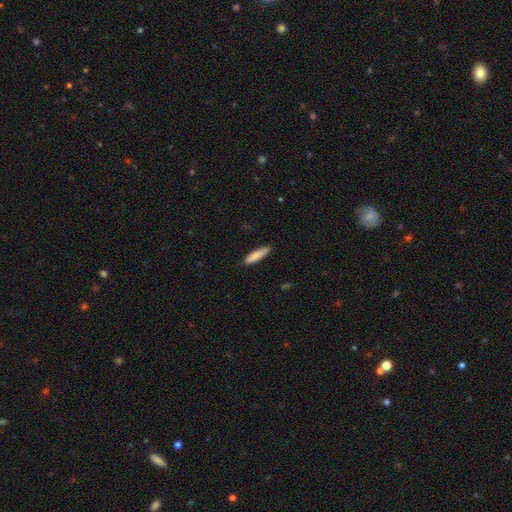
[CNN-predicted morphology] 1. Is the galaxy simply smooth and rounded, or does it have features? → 82% smooth, 13% featured or disk, 6% star or artifact.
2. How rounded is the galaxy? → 82% cigar-shaped, 17% in between, 1% round.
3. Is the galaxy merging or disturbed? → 85% none, 12% minor disturbance, 2% major disturbance, 1% merger.